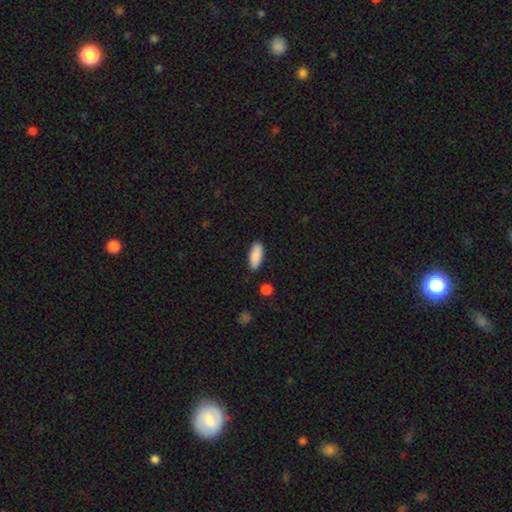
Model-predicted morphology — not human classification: smooth-or-featured: smooth: 89% | star or artifact: 6% | featured or disk: 4%
  how-rounded: in between: 81% | cigar-shaped: 17% | round: 2%
  merging: none: 86% | minor disturbance: 9% | major disturbance: 2% | merger: 2%